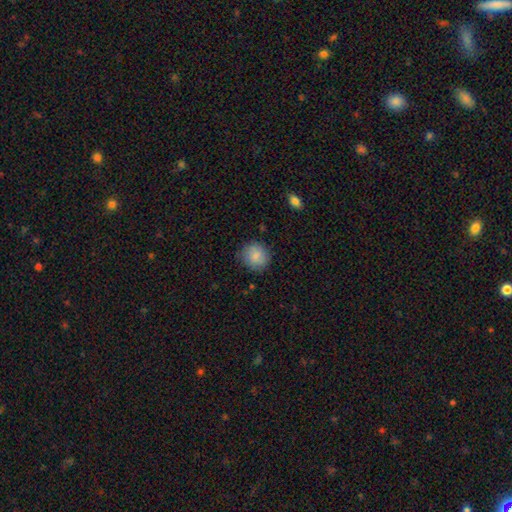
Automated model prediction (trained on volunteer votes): Q: Smooth or featured?
A: smooth (86%); runner-up: star or artifact (7%)
Q: How rounded?
A: round (86%); runner-up: in between (13%)
Q: Merging?
A: none (82%); runner-up: minor disturbance (13%)